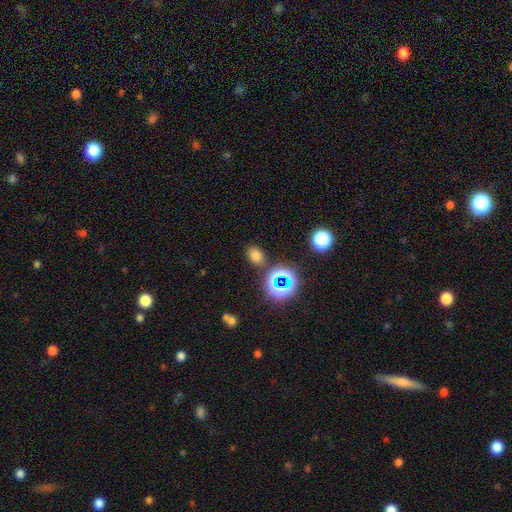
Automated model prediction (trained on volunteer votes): This appears to be a smooth galaxy with no disk features (66%) that is in between round and cigar-shaped (65%). Merging: none (78%).